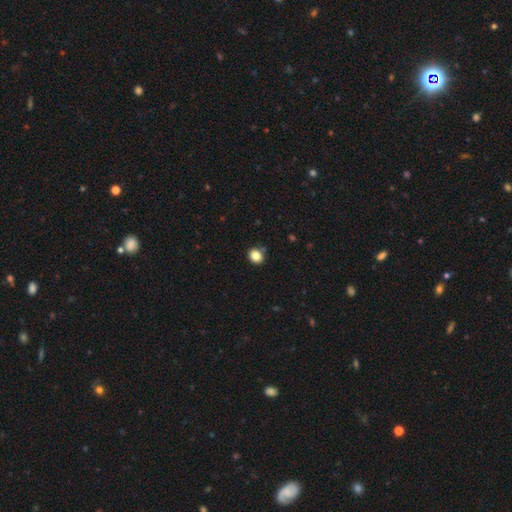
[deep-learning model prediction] Morphology: type=smooth (84%); roundness=round (70%); merging=none (83%).